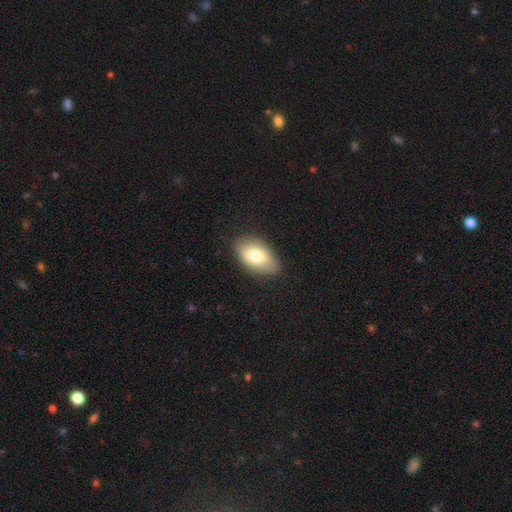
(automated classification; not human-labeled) Smooth or featured? Predicted: smooth (p=0.76). How rounded? Predicted: in between (p=0.91). Merging? Predicted: none (p=0.80).